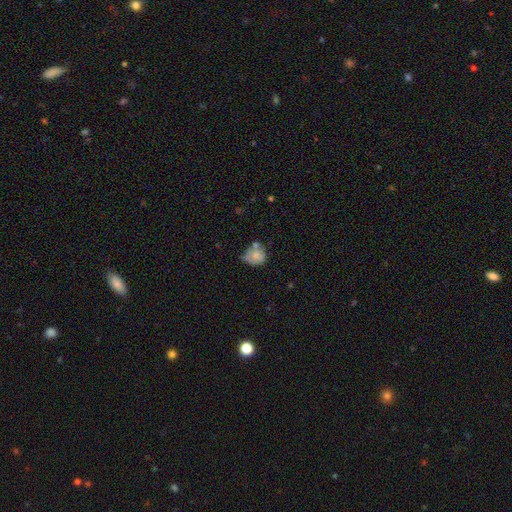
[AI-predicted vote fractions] The model was most divided on "merging": none: 38%, minor disturbance: 29%, merger: 19%, major disturbance: 13%. More confident: smooth or featured — smooth (64%); how rounded — round (62%).